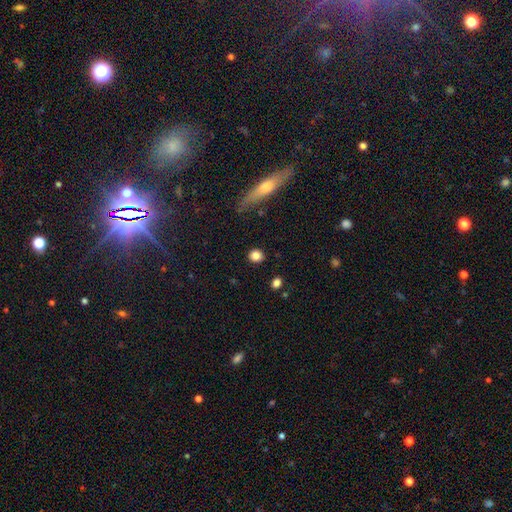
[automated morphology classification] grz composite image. It shows a smooth galaxy with no disk features (84%) that is round (80%). Merging: none (89%).